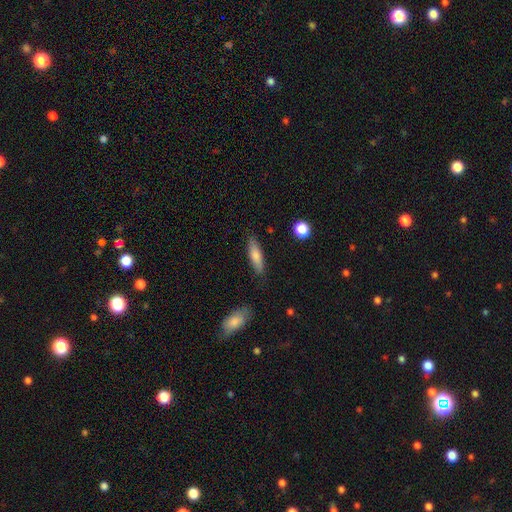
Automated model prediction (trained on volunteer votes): Overall: smooth (77%). How rounded: cigar-shaped (59%; in between 39%). Merging: none (84%).